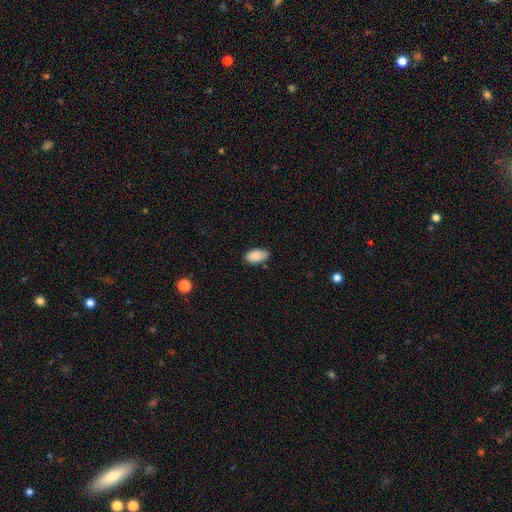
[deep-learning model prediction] Morphology: type=smooth (86%); roundness=in between (94%); merging=none (79%).